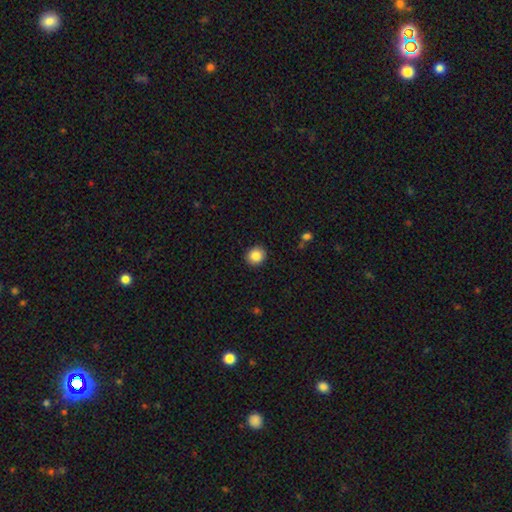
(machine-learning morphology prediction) smooth 86%, star or artifact 9%, featured or disk 5%. Down the decision tree: how rounded — round (87%); merging — none (92%).